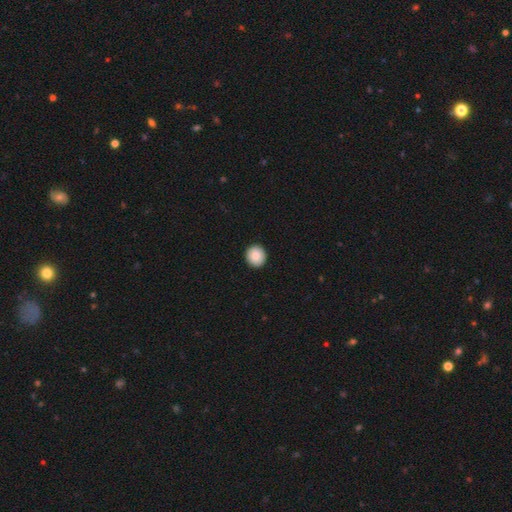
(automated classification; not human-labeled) Overall: smooth (88%). How rounded: round (90%). Merging: none (93%).